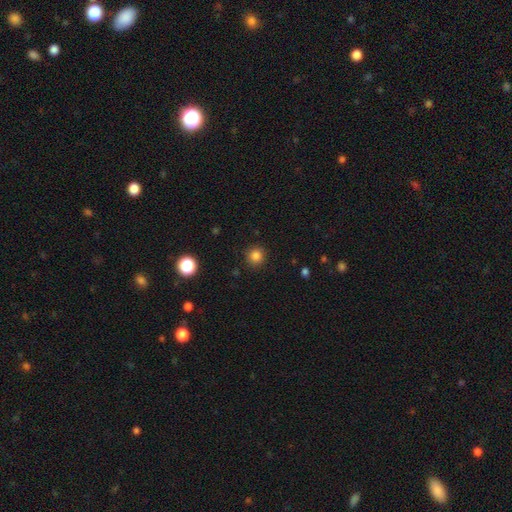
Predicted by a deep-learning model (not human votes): This is clearly a smooth galaxy (84%). How rounded: clearly round (92%). Merging: clearly none (90%).